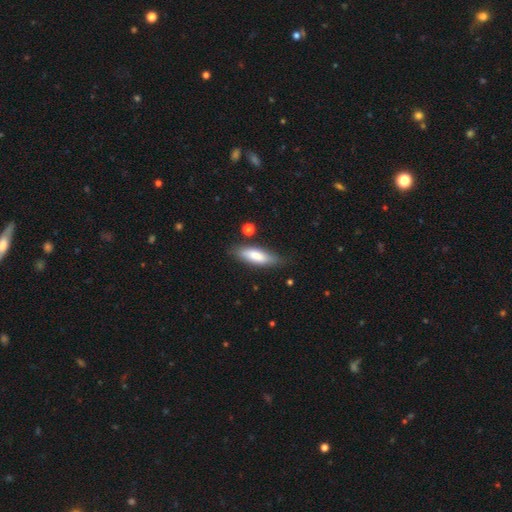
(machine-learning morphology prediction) Overall: smooth (78%). How rounded: in between (50%; cigar-shaped 48%). Merging: none (76%).